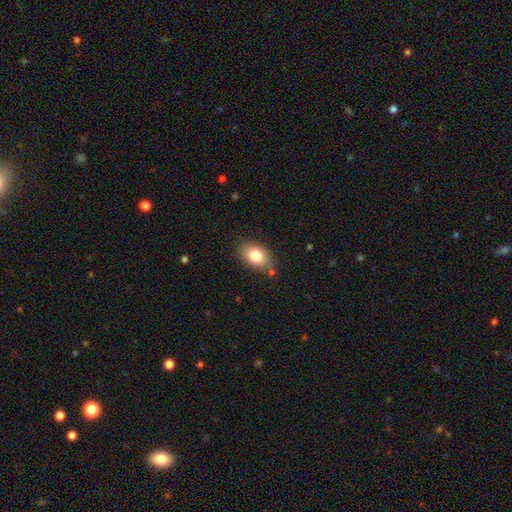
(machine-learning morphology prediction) Overall: smooth (82%). How rounded: in between (88%). Merging: none (80%).